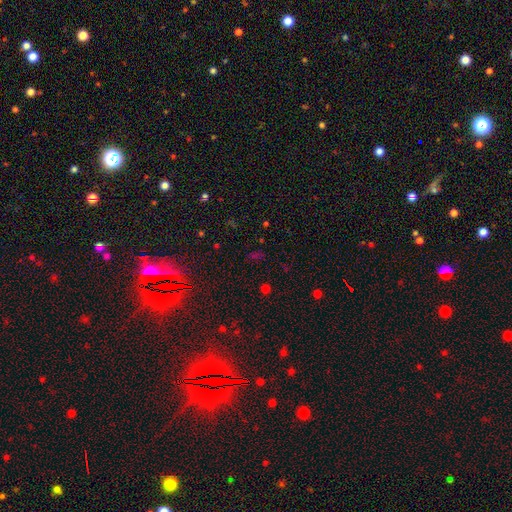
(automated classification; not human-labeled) Smooth or featured? Predicted: star or artifact (p=0.58).